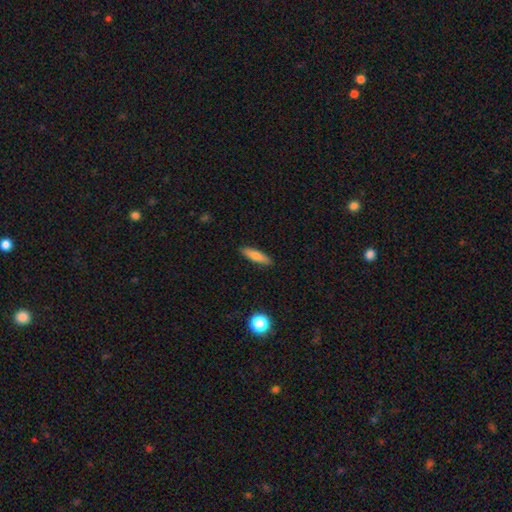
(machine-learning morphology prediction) smooth_or_featured: smooth (p=0.72) [alt: featured or disk p=0.21]
how_rounded: cigar-shaped (p=0.76) [alt: in between p=0.22]
merging: none (p=0.90) [alt: minor disturbance p=0.08]